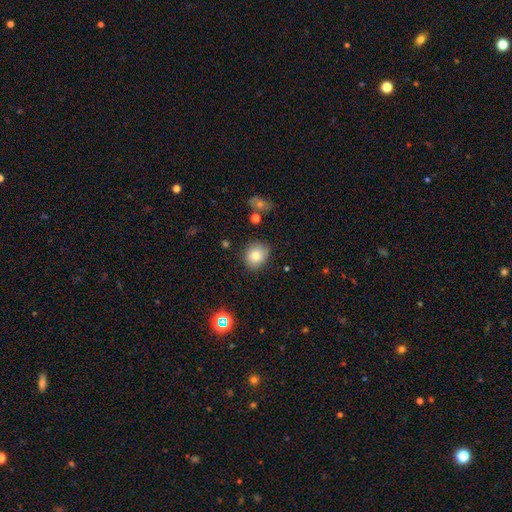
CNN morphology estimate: type=smooth (81%); roundness=round (70%); merging=none (82%).